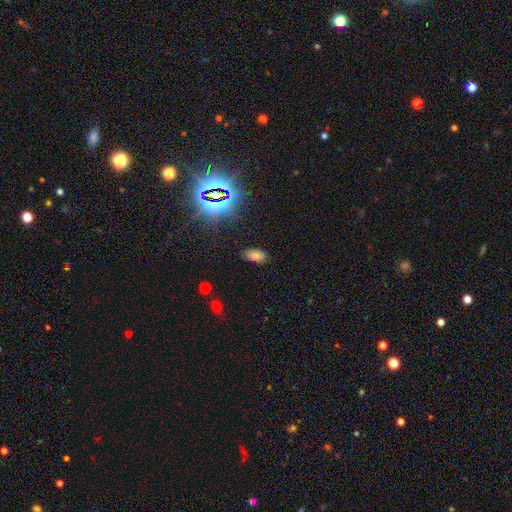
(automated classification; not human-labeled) Smooth or featured? smooth (53%)
How rounded? in between (91%)
Merging? none (85%)